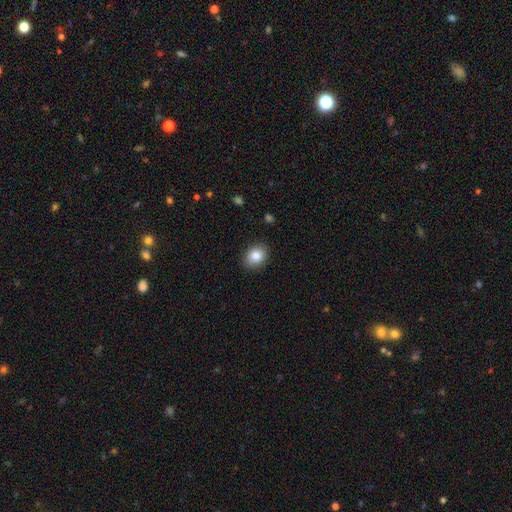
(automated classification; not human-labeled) smooth 85%, star or artifact 8%, featured or disk 6%. Down the decision tree: how rounded — in between (61%); merging — none (86%).